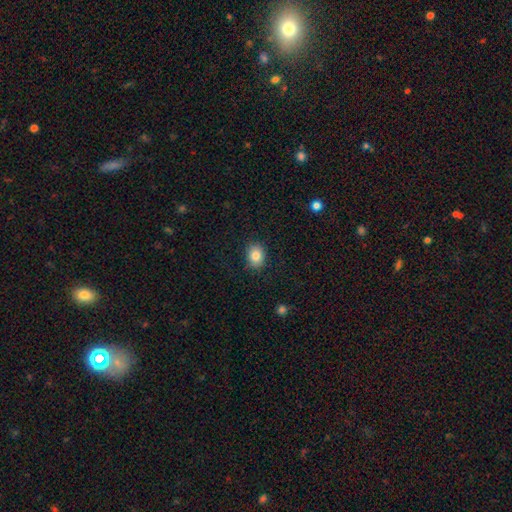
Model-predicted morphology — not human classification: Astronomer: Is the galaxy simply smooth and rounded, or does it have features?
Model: smooth — 84%.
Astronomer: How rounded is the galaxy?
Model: in between — 54% (runner-up: round, 45%).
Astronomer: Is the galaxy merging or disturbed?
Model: none — 86%.